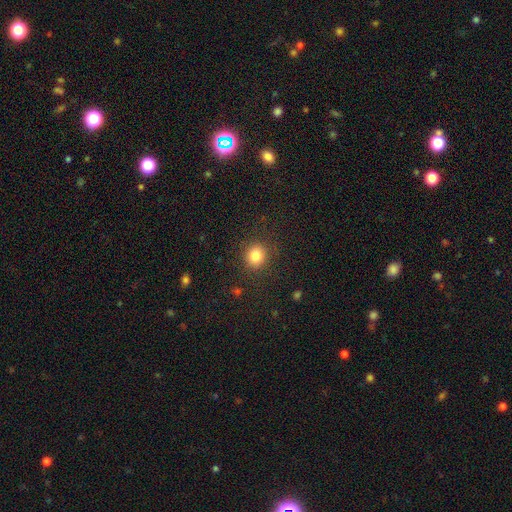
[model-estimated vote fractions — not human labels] Smooth or featured: smooth — 83% (star or artifact — 11%)
How rounded: round — 84% (in between — 16%)
Merging: none — 88% (minor disturbance — 8%)